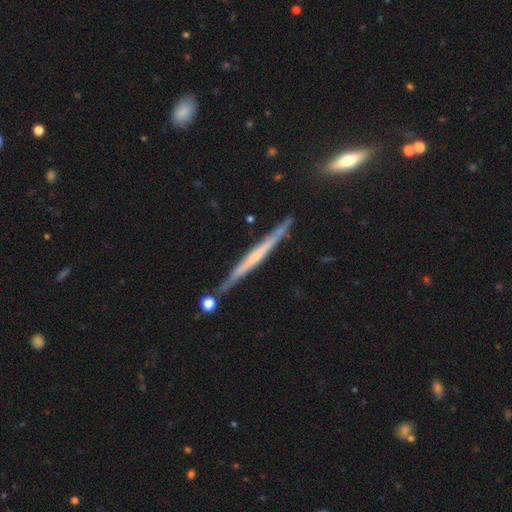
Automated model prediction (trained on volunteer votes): The model was most divided on "smooth or featured": featured or disk: 66%, smooth: 29%, star or artifact: 6%. More confident: edge-on disk — yes (97%); merging — none (81%); edge-on bulge — none (68%).